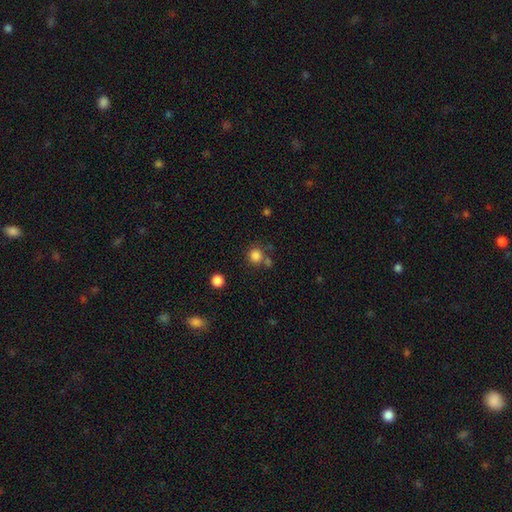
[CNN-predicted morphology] Smooth or featured? Predicted: smooth (p=0.82). How rounded? Predicted: round (p=0.91). Merging? Predicted: none (p=0.69).